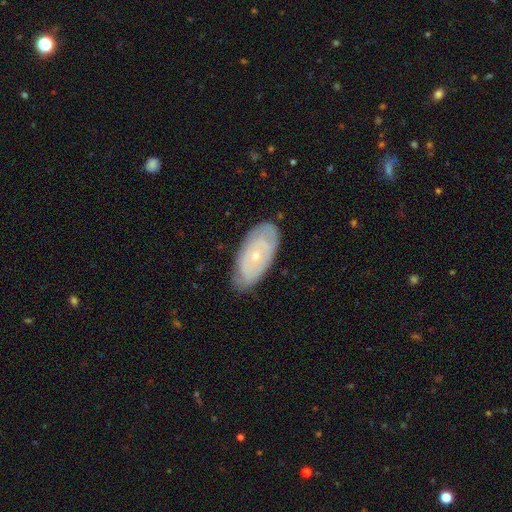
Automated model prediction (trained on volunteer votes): This is possibly a featured or disk galaxy (60%). It is clearly not viewed edge-on (91%). Bar: clearly no (85%). Spiral arm pattern: likely yes (65%). Central bulge: likely small (77%). Merging: likely none (79%).